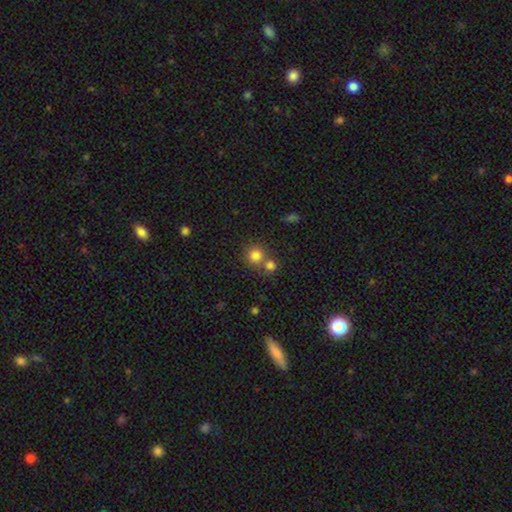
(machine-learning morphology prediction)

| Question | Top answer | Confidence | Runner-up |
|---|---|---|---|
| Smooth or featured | smooth | 80% | star or artifact (12%) |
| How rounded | round | 90% | in between (9%) |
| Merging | none | 57% | merger (33%) |